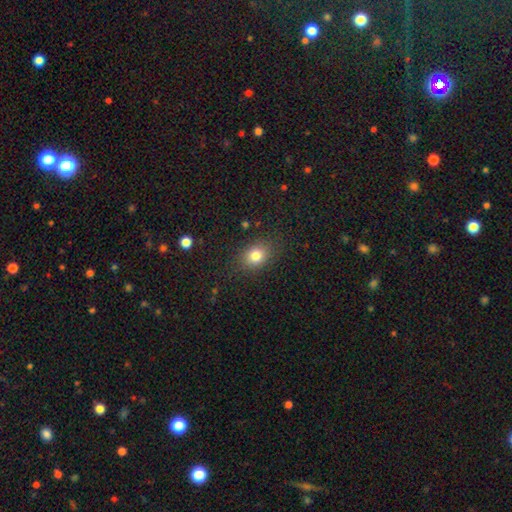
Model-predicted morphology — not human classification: Smooth or featured? Predicted: smooth (p=0.81). How rounded? Predicted: in between (p=0.54). Merging? Predicted: none (p=0.83).